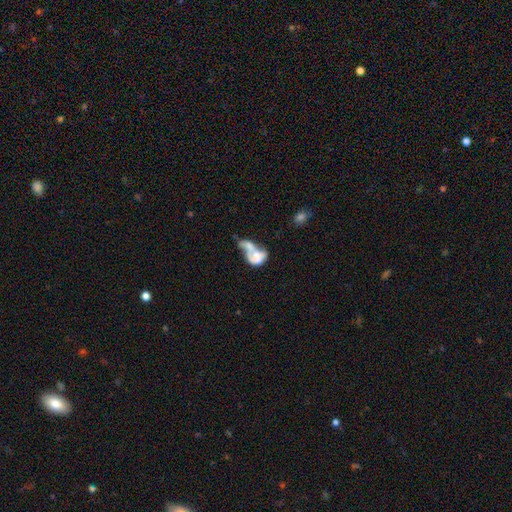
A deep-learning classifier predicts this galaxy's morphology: A featured or disk galaxy (47%). Merging: merger (61%).